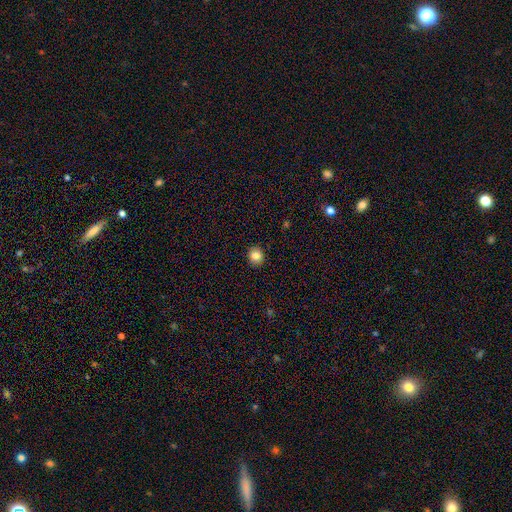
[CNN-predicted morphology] The model was most divided on "how rounded": round: 82%, in between: 17%, cigar-shaped: 1%. More confident: merging — none (91%); smooth or featured — smooth (84%).